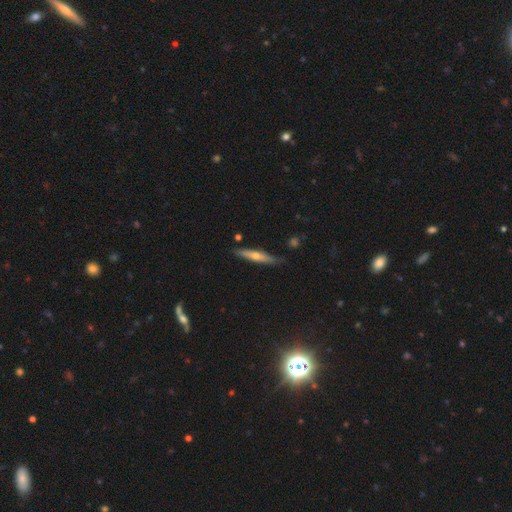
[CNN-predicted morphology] type=featured or disk (53%); edge-on=yes (92%); merging=none (82%).